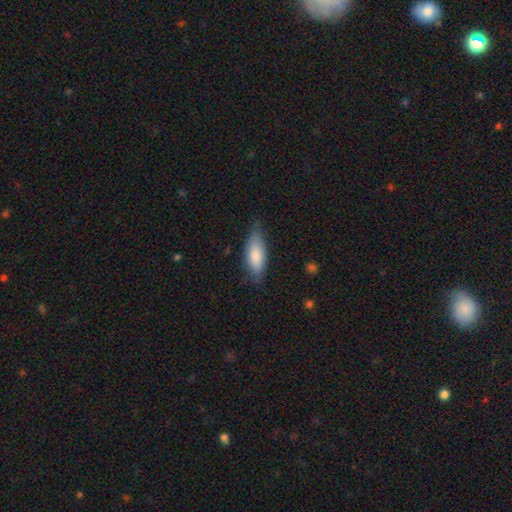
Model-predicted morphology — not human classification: smooth 82%, featured or disk 12%, star or artifact 6%. Down the decision tree: how rounded — in between (74%); merging — none (71%).